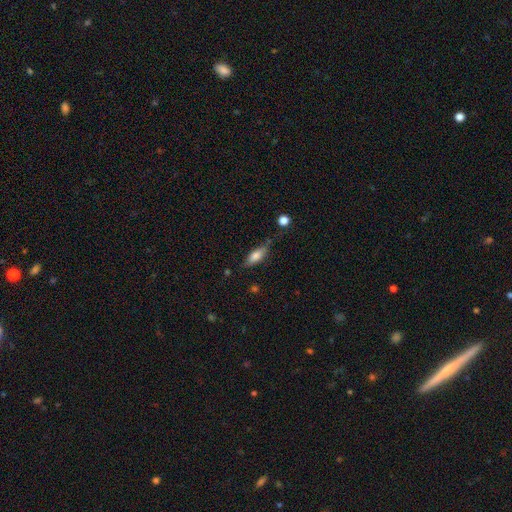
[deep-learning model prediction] Morphology: type=smooth (71%); roundness=in between (62%); merging=none (65%).